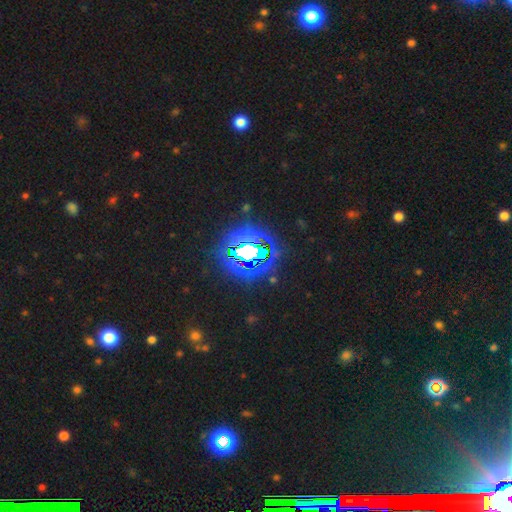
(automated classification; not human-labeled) A star or artifact, not a galaxy (75%).

Vote fractions:
- Smooth or featured? star or artifact: 75% / smooth: 14% / featured or disk: 12%